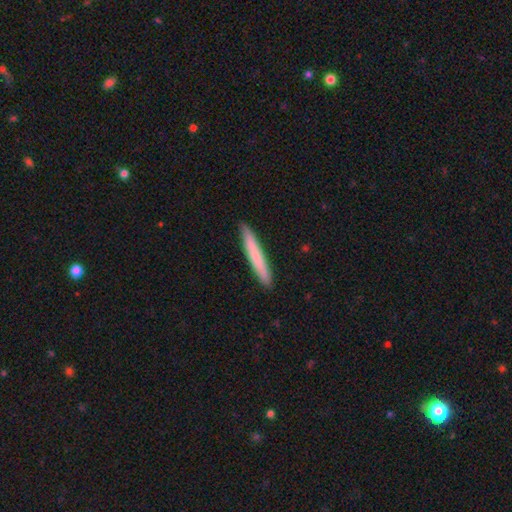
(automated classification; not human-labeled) Q: Smooth or featured?
A: smooth (72%); runner-up: featured or disk (23%)
Q: How rounded?
A: cigar-shaped (96%); runner-up: in between (3%)
Q: Merging?
A: none (91%); runner-up: minor disturbance (7%)